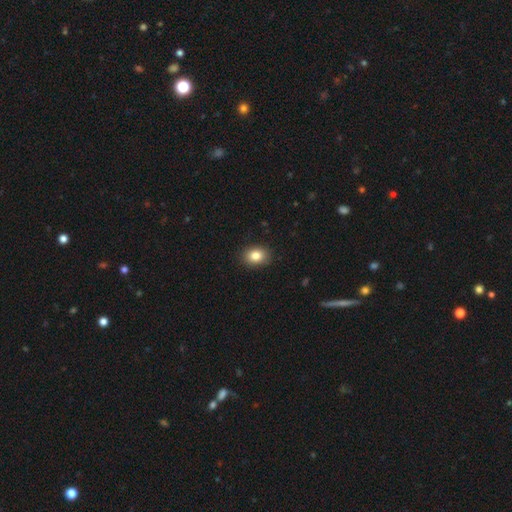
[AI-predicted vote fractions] Overall: smooth (83%). How rounded: in between (64%; round 35%). Merging: none (89%).